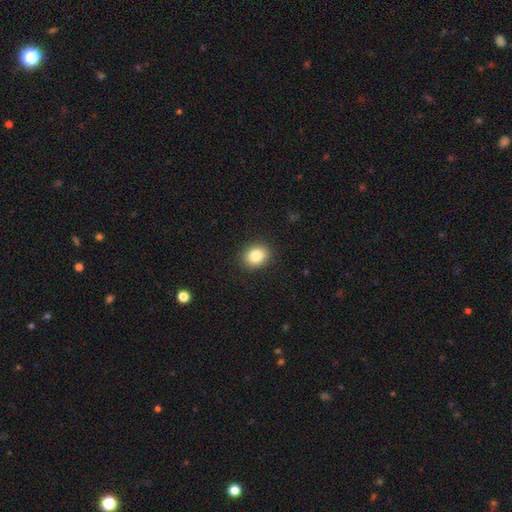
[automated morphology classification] Smooth or featured?
  - smooth: 83% *
  - star or artifact: 10%
  - featured or disk: 7%
How rounded?
  - round: 59% *
  - in between: 41%
  - cigar-shaped: 1%
Merging?
  - none: 90% *
  - minor disturbance: 7%
  - major disturbance: 2%
  - merger: 1%